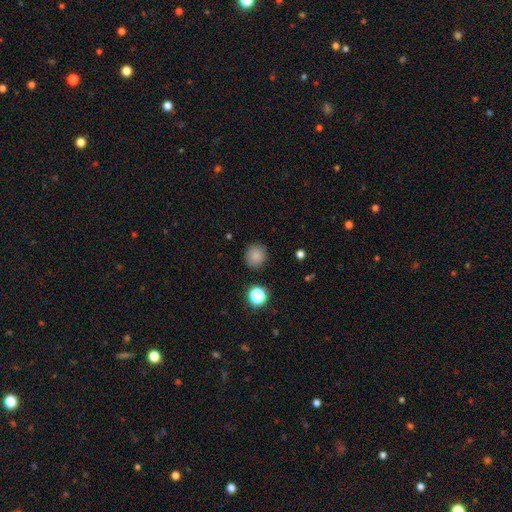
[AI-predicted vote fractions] Morphology: type=smooth (82%); roundness=round (91%); merging=none (88%).